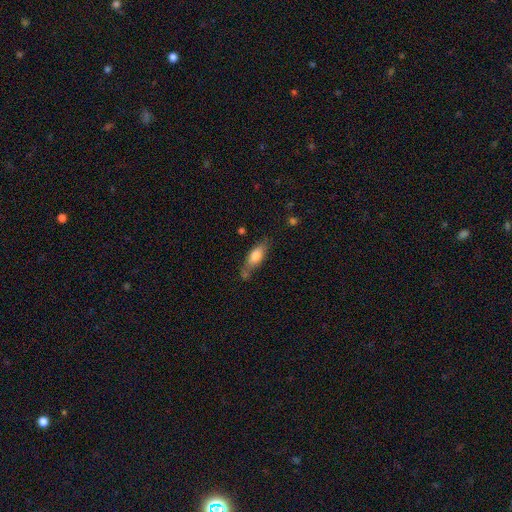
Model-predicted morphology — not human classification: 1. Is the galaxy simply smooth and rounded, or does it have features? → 71% smooth, 22% featured or disk, 7% star or artifact.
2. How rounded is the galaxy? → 65% in between, 32% cigar-shaped, 3% round.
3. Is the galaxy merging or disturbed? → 60% none, 23% minor disturbance, 11% merger, 6% major disturbance.